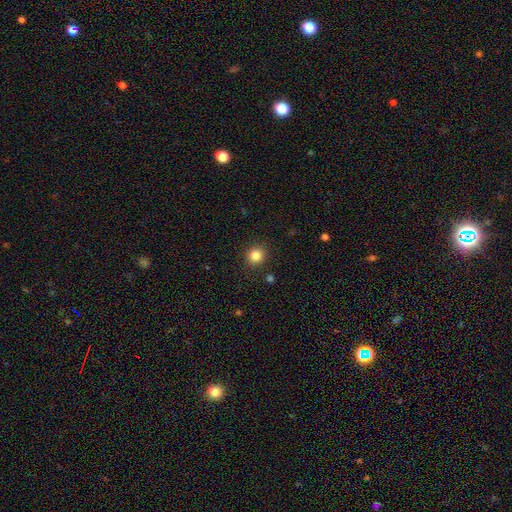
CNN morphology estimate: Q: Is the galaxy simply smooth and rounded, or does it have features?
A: smooth — 84%.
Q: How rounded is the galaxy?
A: round — 90%.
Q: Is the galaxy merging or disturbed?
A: none — 90%.